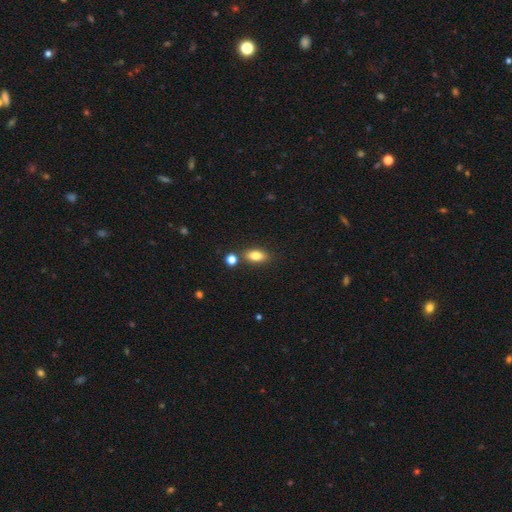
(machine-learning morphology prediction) Smooth or featured: smooth — 80% (featured or disk — 11%)
How rounded: in between — 84% (cigar-shaped — 9%)
Merging: none — 77% (minor disturbance — 11%)